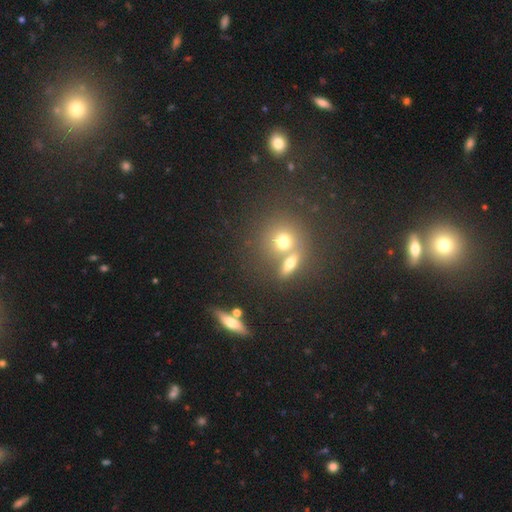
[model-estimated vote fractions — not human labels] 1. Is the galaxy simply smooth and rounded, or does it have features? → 48% smooth, 40% star or artifact, 13% featured or disk.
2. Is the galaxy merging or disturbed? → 63% none, 25% merger, 8% minor disturbance, 4% major disturbance.